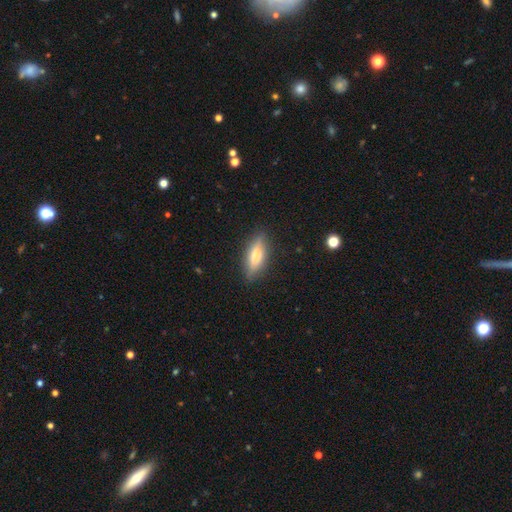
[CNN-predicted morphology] A smooth galaxy with no disk features (59%) that is in between round and cigar-shaped (53%). Merging: none (85%).